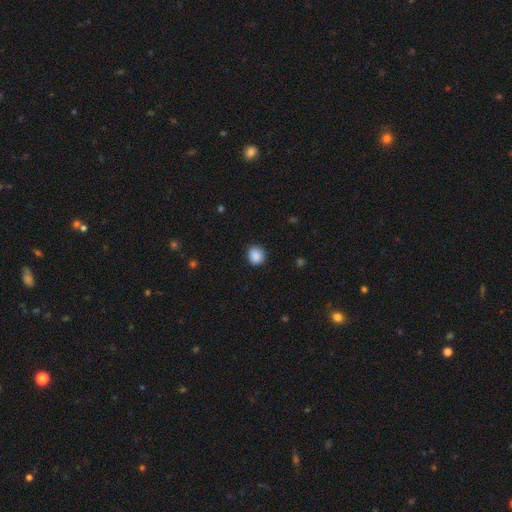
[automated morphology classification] The model was most divided on "how rounded": round: 78%, in between: 21%, cigar-shaped: 1%. More confident: merging — none (88%); smooth or featured — smooth (88%).